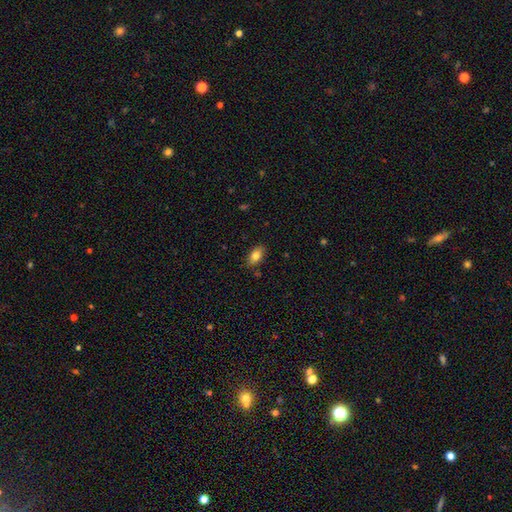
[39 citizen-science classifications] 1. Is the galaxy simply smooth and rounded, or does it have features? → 87% smooth, 10% featured or disk, 3% star or artifact.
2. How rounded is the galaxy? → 88% in between, 9% round, 3% cigar-shaped.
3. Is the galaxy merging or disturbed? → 66% none, 24% minor disturbance, 8% major disturbance, 3% merger.